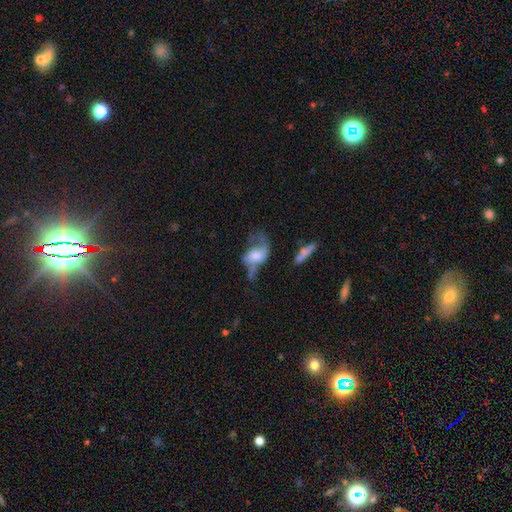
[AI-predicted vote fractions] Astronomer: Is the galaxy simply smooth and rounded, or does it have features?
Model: featured or disk — 54% (runner-up: smooth, 37%).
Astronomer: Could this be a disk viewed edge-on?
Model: no — 92%.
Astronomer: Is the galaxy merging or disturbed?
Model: major disturbance — 47% (runner-up: none, 23%).